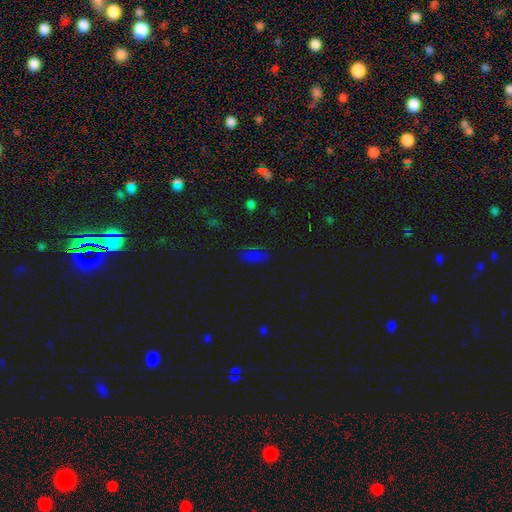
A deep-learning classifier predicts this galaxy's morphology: Smooth or featured: smooth — 62% (star or artifact — 31%)
How rounded: in between — 86% (round — 9%)
Merging: none — 75% (minor disturbance — 17%)